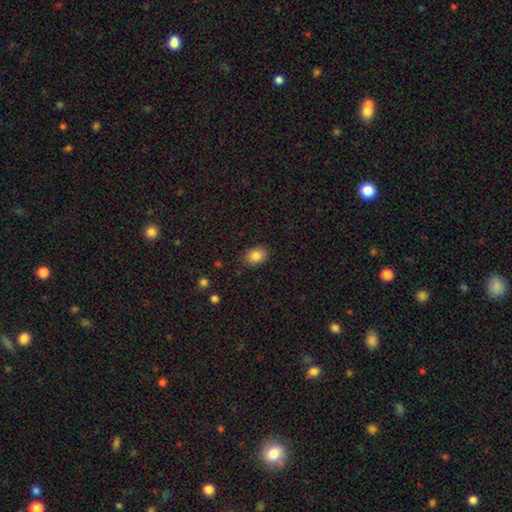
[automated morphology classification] Smooth or featured: smooth — 85% (star or artifact — 9%)
How rounded: in between — 70% (round — 29%)
Merging: none — 85% (minor disturbance — 11%)